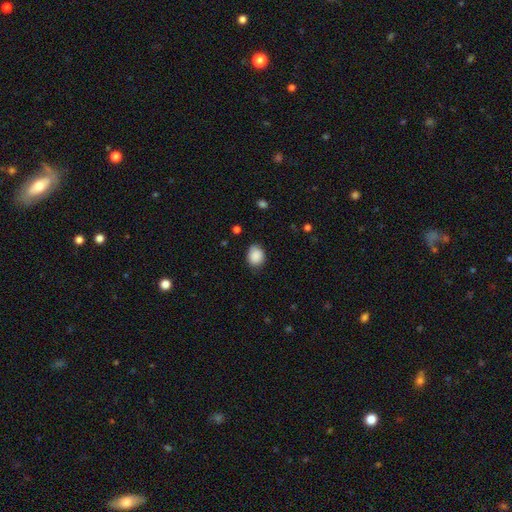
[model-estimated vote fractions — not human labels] Smooth or featured? smooth (89%)
How rounded? round (50%)
Merging? none (77%)